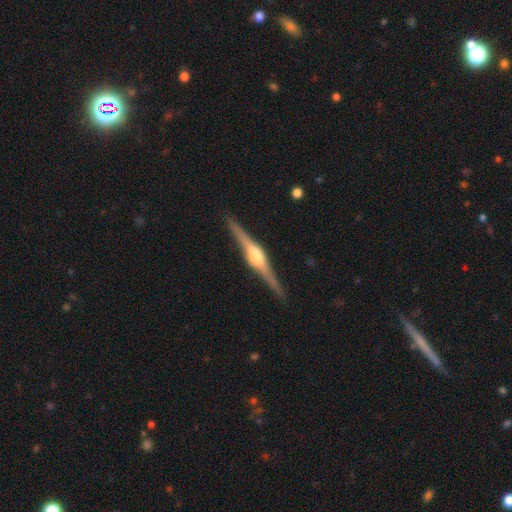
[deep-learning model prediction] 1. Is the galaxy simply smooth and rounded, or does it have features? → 86% featured or disk, 10% smooth, 5% star or artifact.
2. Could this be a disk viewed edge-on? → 98% yes, 2% no.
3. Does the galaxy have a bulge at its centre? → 85% rounded, 12% boxy, 3% none.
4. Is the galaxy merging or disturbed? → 90% none, 7% minor disturbance, 1% major disturbance, 1% merger.